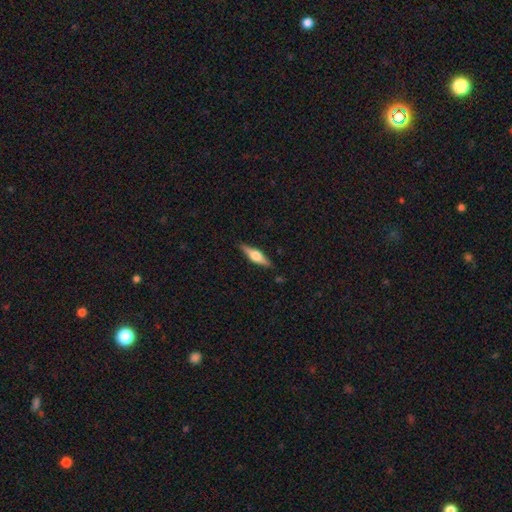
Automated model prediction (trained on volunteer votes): The model was most divided on "smooth or featured": featured or disk: 63%, smooth: 30%, star or artifact: 6%. More confident: edge-on disk — yes (97%); edge-on bulge — rounded (91%); merging — none (88%).